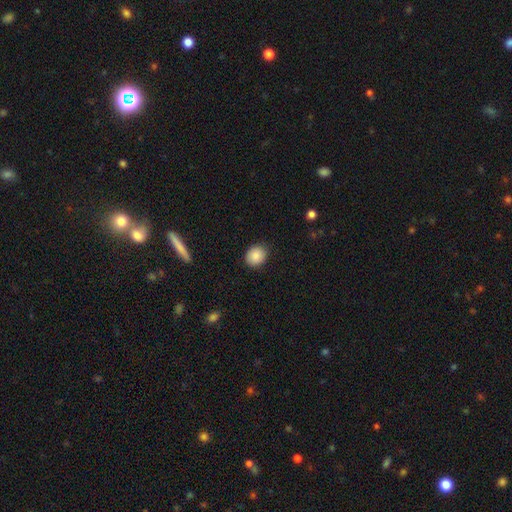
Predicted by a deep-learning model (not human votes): Smooth or featured? Predicted: smooth (p=0.88). How rounded? Predicted: round (p=0.66). Merging? Predicted: none (p=0.88).